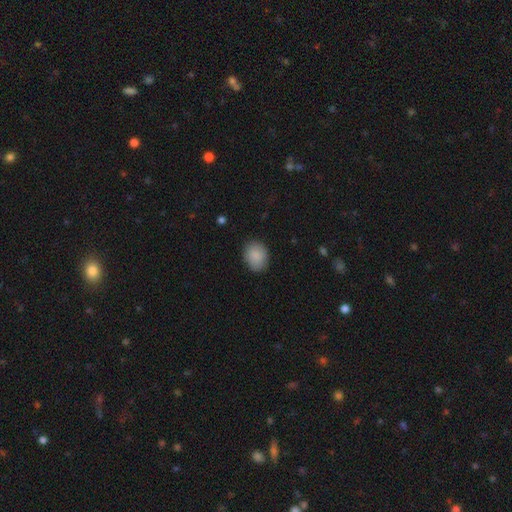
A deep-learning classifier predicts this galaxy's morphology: Smooth or featured? smooth (88%)
How rounded? in between (51%)
Merging? none (84%)